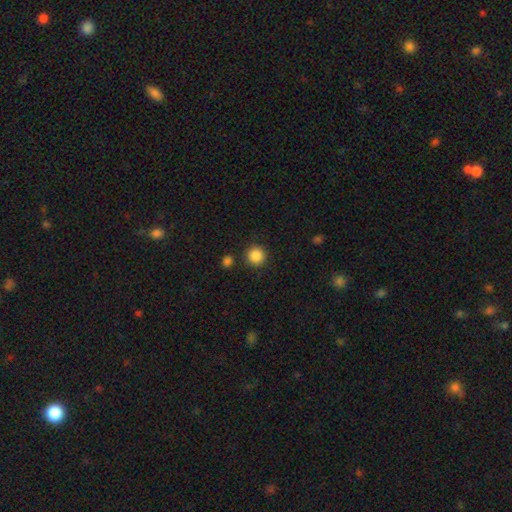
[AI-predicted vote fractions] smooth-or-featured: smooth: 87% | star or artifact: 10% | featured or disk: 3%
  how-rounded: round: 95% | in between: 4% | cigar-shaped: 1%
  merging: none: 88% | minor disturbance: 6% | merger: 3% | major disturbance: 2%